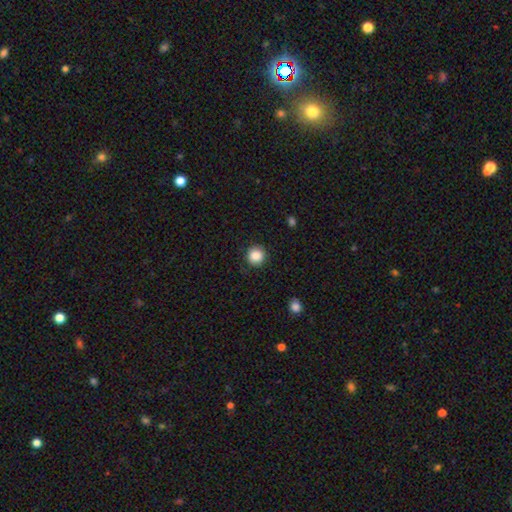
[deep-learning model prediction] Smooth or featured?
  - smooth: 86% *
  - star or artifact: 10%
  - featured or disk: 4%
How rounded?
  - round: 94% *
  - in between: 5%
  - cigar-shaped: 1%
Merging?
  - none: 89% *
  - minor disturbance: 8%
  - major disturbance: 2%
  - merger: 1%